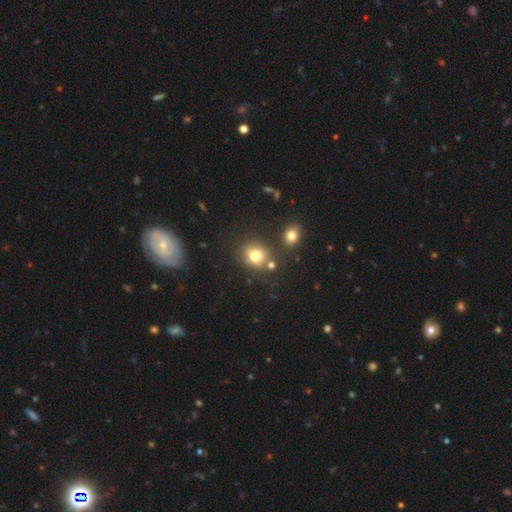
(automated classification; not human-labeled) Overall: smooth (67%). How rounded: round (61%; in between 38%). Merging: none (53%; merger 26%).